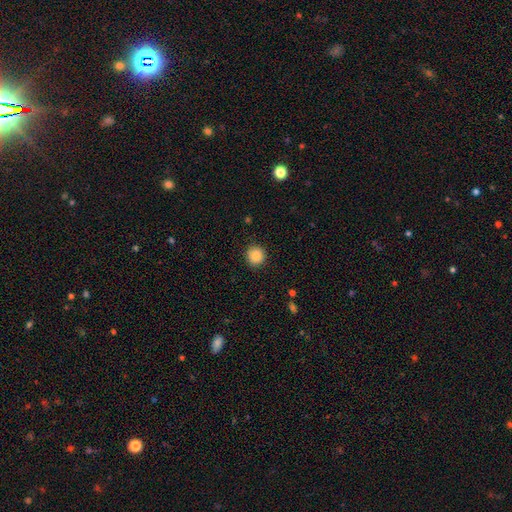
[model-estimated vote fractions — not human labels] Overall: smooth (86%). How rounded: round (93%). Merging: none (91%).